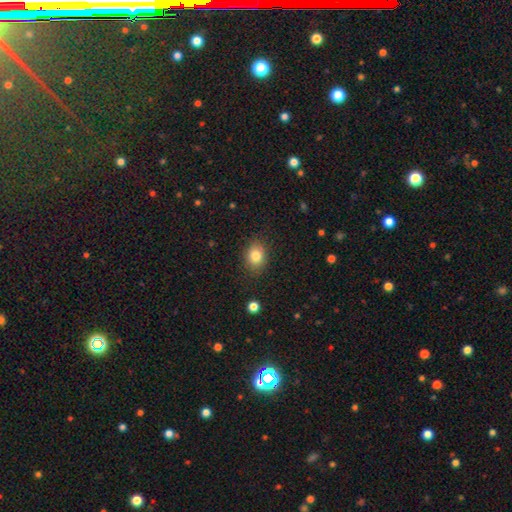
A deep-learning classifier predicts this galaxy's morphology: Overall: smooth (81%). How rounded: in between (54%; round 45%). Merging: none (83%).